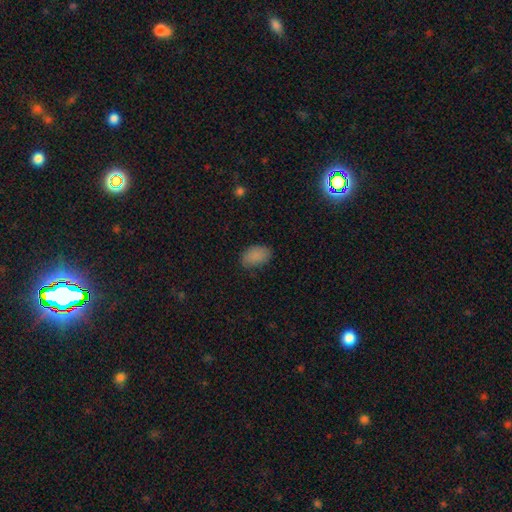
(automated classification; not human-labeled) Overall: smooth (86%). How rounded: in between (89%). Merging: none (77%).